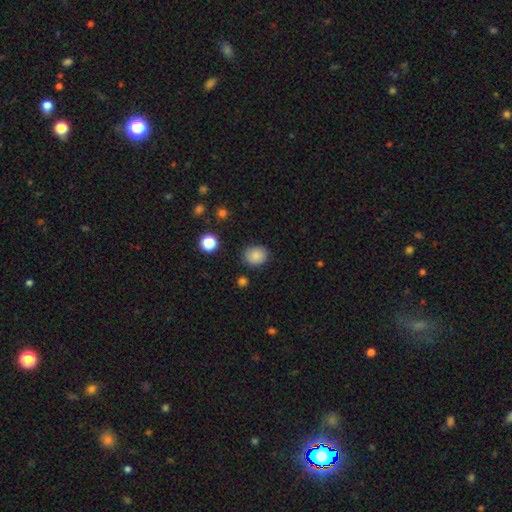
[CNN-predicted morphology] smooth-or-featured: smooth: 85% | star or artifact: 10% | featured or disk: 5%
  how-rounded: round: 65% | in between: 34% | cigar-shaped: 1%
  merging: none: 83% | minor disturbance: 12% | major disturbance: 3% | merger: 2%